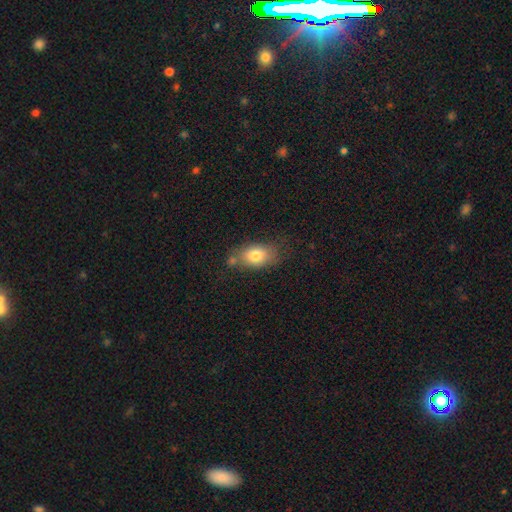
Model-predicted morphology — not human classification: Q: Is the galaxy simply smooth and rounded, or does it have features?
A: smooth — 77%.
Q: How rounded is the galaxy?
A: in between — 81%.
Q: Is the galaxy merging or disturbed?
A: none — 61%.